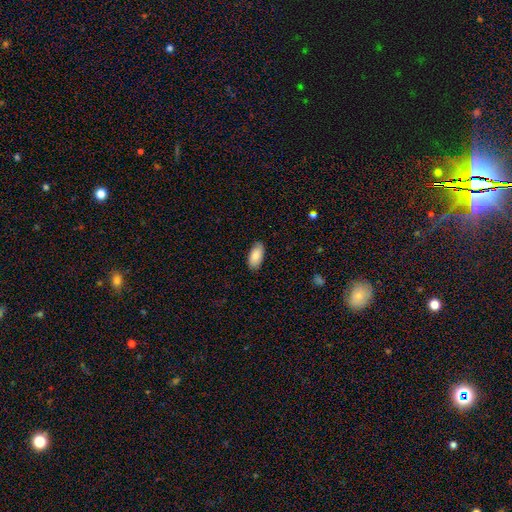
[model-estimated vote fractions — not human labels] Q: Smooth or featured?
A: smooth (86%); runner-up: featured or disk (8%)
Q: How rounded?
A: in between (94%); runner-up: cigar-shaped (4%)
Q: Merging?
A: none (87%); runner-up: minor disturbance (10%)